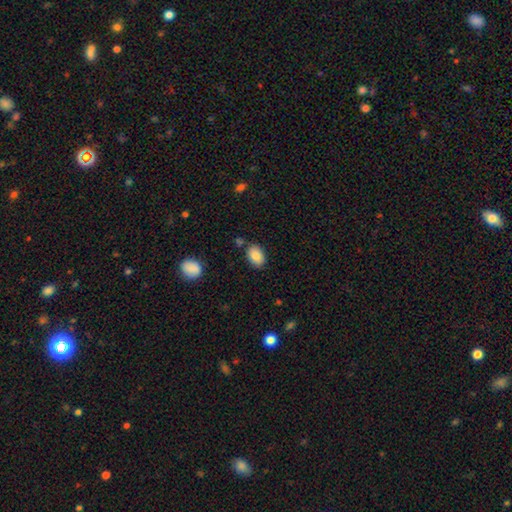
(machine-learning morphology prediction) smooth_or_featured: smooth (p=0.87) [alt: star or artifact p=0.08]
how_rounded: in between (p=0.86) [alt: round p=0.13]
merging: none (p=0.79) [alt: minor disturbance p=0.13]